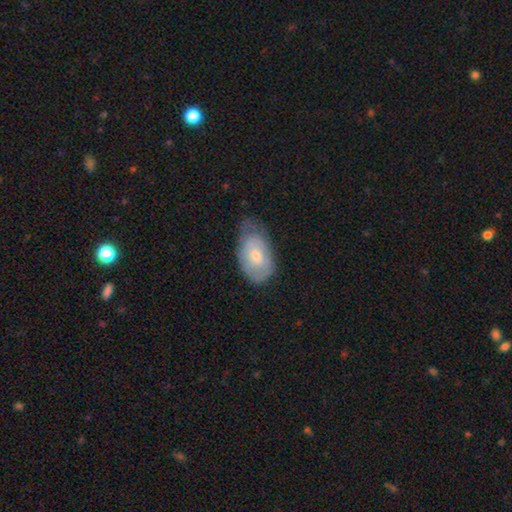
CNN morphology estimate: smooth-or-featured: smooth: 51% | featured or disk: 43% | star or artifact: 6%
  how-rounded: in between: 91% | round: 7% | cigar-shaped: 2%
  merging: none: 46% | minor disturbance: 40% | major disturbance: 13% | merger: 1%